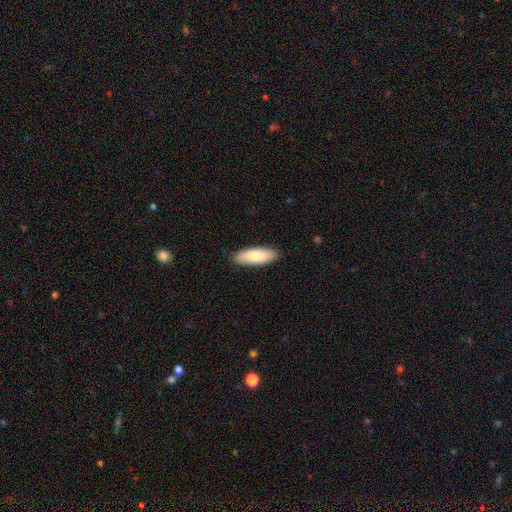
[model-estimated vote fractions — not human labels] A smooth galaxy with no disk features (82%) that is in between round and cigar-shaped (65%).

Vote fractions:
- Smooth or featured? smooth: 82% / featured or disk: 12% / star or artifact: 5%
- How rounded? in between: 65% / cigar-shaped: 33% / round: 2%
- Merging? none: 89% / minor disturbance: 8% / major disturbance: 2% / merger: 1%